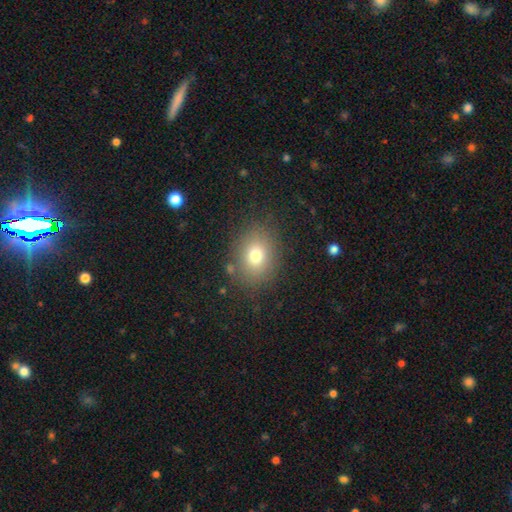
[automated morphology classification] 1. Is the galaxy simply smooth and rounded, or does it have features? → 75% smooth, 13% star or artifact, 12% featured or disk.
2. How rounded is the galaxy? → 53% round, 47% in between, 1% cigar-shaped.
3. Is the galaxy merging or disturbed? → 83% none, 10% minor disturbance, 4% major disturbance, 2% merger.